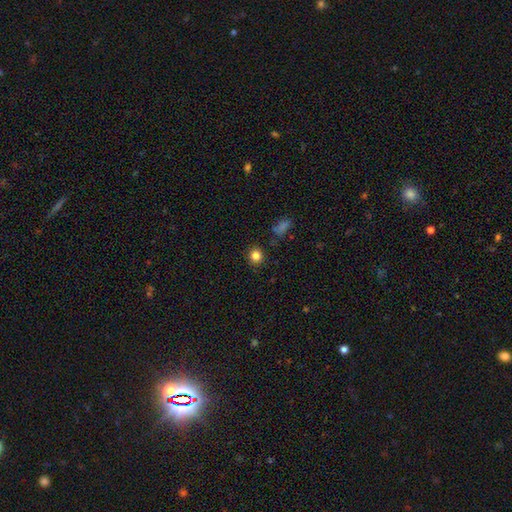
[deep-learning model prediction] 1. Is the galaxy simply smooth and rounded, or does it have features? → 83% smooth, 12% star or artifact, 5% featured or disk.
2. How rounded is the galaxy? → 89% round, 10% in between, 1% cigar-shaped.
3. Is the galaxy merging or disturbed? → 89% none, 7% minor disturbance, 2% major disturbance, 2% merger.